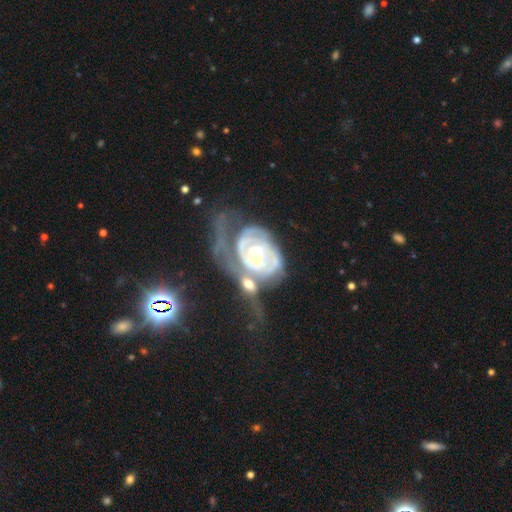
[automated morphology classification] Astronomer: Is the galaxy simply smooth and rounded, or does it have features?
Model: featured or disk — 88%.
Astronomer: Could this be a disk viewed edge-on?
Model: no — 97%.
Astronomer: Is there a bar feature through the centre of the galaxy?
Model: no — 63%.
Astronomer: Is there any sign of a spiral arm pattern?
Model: yes — 92%.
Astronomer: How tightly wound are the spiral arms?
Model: tight — 71%.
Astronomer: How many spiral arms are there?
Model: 2 — 38% (runner-up: can't tell, 35%).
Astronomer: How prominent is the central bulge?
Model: moderate — 54% (runner-up: small, 38%).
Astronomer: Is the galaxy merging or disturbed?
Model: major disturbance — 35% (runner-up: merger, 32%).